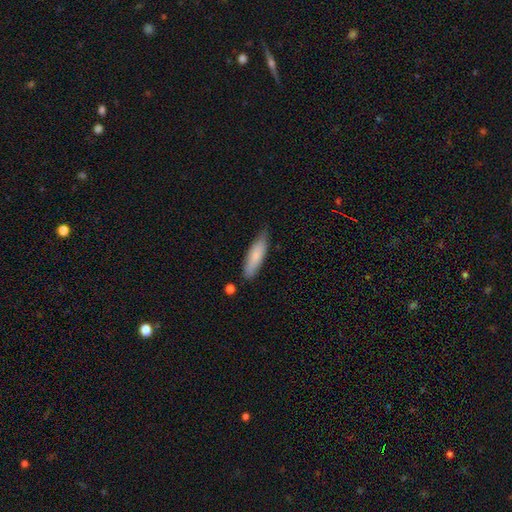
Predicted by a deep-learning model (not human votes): Q: Smooth or featured?
A: smooth (78%); runner-up: featured or disk (16%)
Q: How rounded?
A: cigar-shaped (65%); runner-up: in between (33%)
Q: Merging?
A: none (71%); runner-up: minor disturbance (23%)